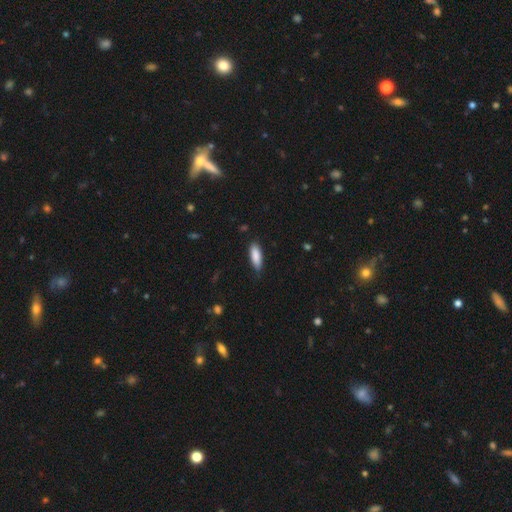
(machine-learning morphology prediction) smooth 88%, featured or disk 6%, star or artifact 6%. Down the decision tree: how rounded — in between (62%); merging — none (82%).